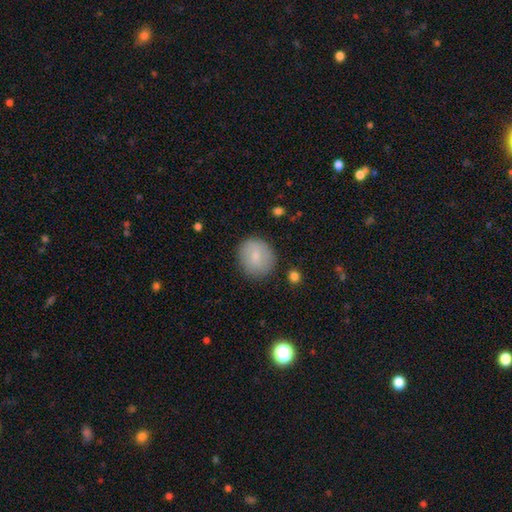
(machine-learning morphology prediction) Smooth or featured? smooth (77%)
How rounded? round (80%)
Merging? none (83%)